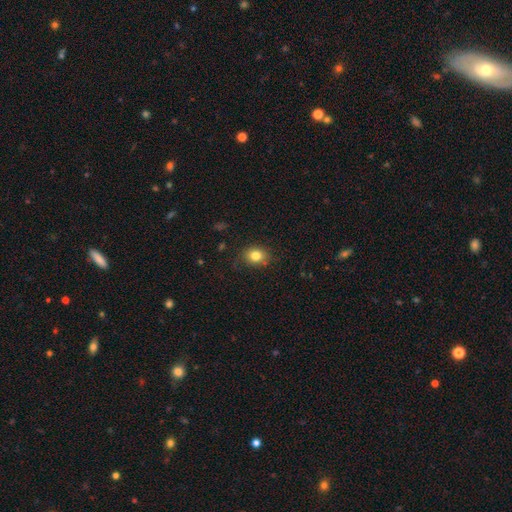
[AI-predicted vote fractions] This is clearly a smooth galaxy (82%). How rounded: possibly round (52%). Merging: clearly none (81%).